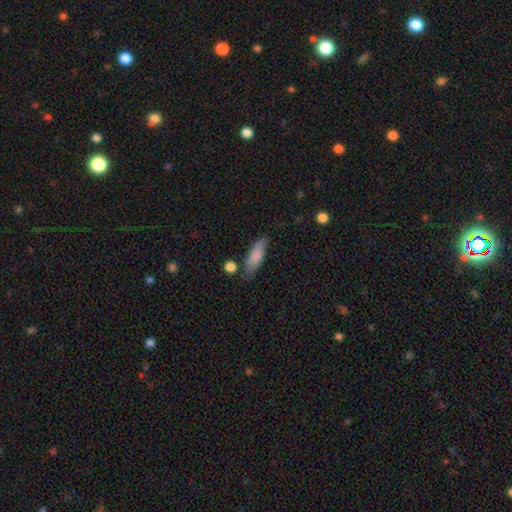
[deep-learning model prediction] Smooth or featured?
  - smooth: 80% *
  - featured or disk: 14%
  - star or artifact: 7%
How rounded?
  - in between: 53% *
  - cigar-shaped: 44%
  - round: 2%
Merging?
  - none: 65% *
  - minor disturbance: 23%
  - merger: 6%
  - major disturbance: 6%